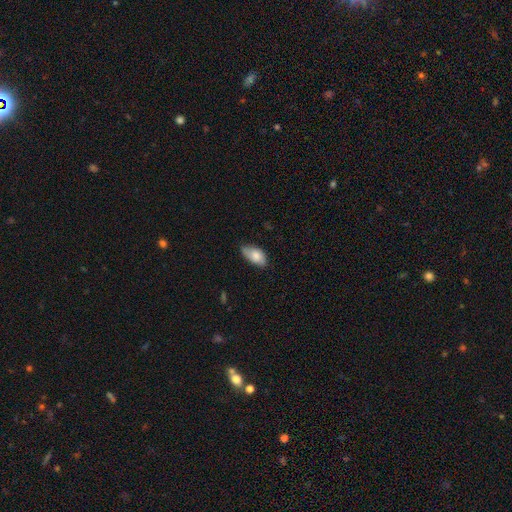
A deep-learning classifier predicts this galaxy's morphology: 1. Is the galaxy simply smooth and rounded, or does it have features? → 80% smooth, 14% featured or disk, 6% star or artifact.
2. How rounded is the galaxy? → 94% in between, 3% round, 3% cigar-shaped.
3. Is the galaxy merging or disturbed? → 65% none, 29% minor disturbance, 4% major disturbance, 1% merger.